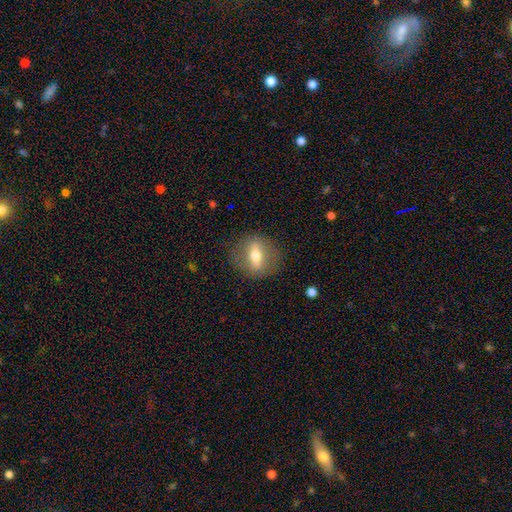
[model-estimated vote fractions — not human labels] smooth-or-featured: featured or disk: 52% | smooth: 40% | star or artifact: 8%
  disk-edge-on: no: 57% | yes: 43%
  merging: none: 84% | minor disturbance: 10% | major disturbance: 5% | merger: 1%